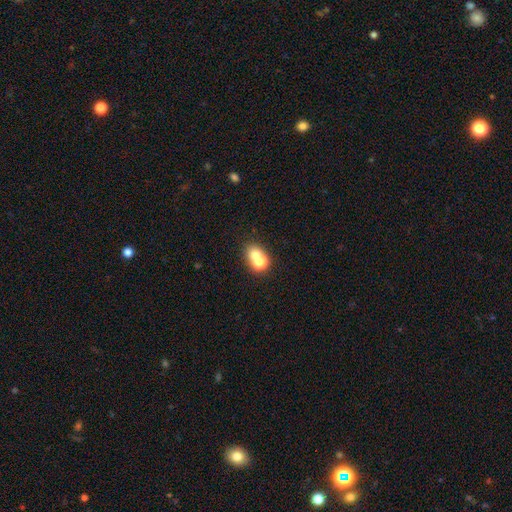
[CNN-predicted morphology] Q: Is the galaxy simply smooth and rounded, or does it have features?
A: smooth — 68%.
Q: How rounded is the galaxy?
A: round — 58%.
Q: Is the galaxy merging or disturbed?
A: merger — 60%.